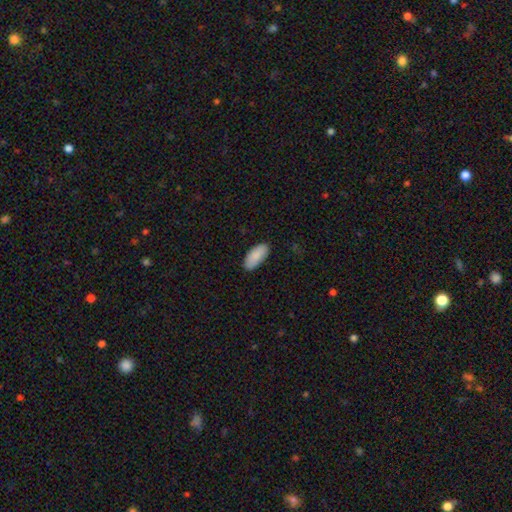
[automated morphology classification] Smooth or featured? Predicted: smooth (p=0.89). How rounded? Predicted: in between (p=0.91). Merging? Predicted: none (p=0.86).